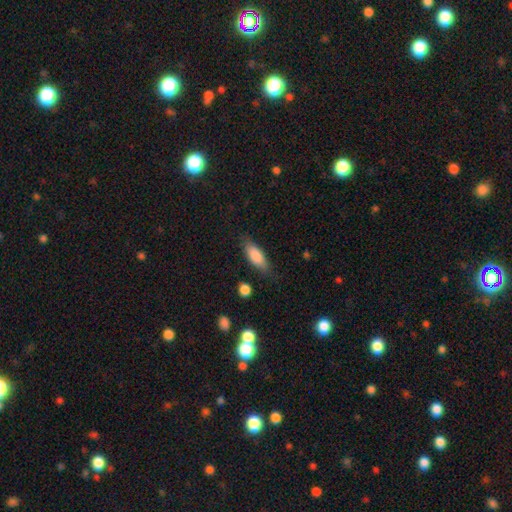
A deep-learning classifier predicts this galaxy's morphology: The model was most divided on "how rounded": in between: 71%, cigar-shaped: 27%, round: 2%. More confident: smooth or featured — smooth (84%); merging — none (79%).